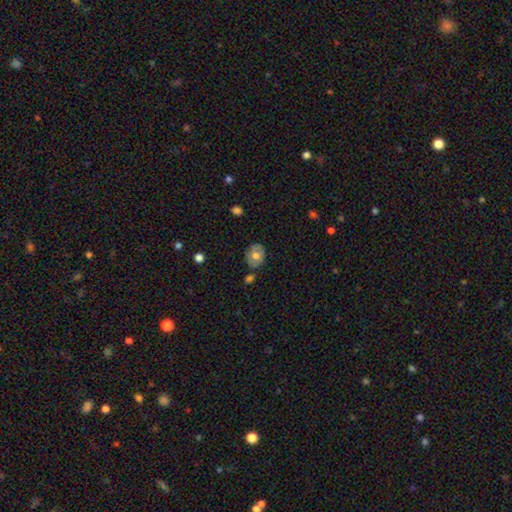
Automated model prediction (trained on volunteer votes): Morphology: type=smooth (63%); roundness=in between (55%); merging=none (72%).